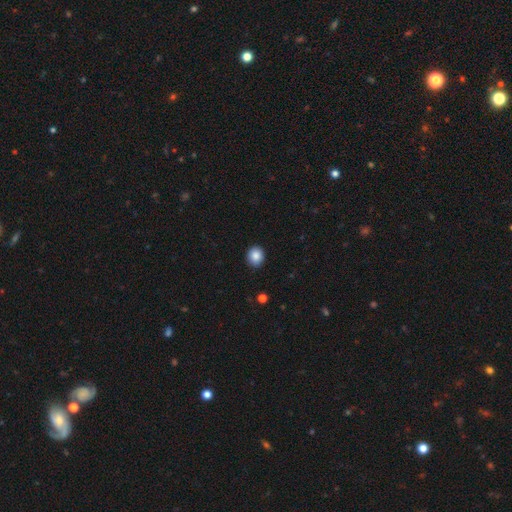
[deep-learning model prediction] The model was most divided on "how rounded": round: 71%, in between: 28%, cigar-shaped: 1%. More confident: merging — none (90%); smooth or featured — smooth (87%).